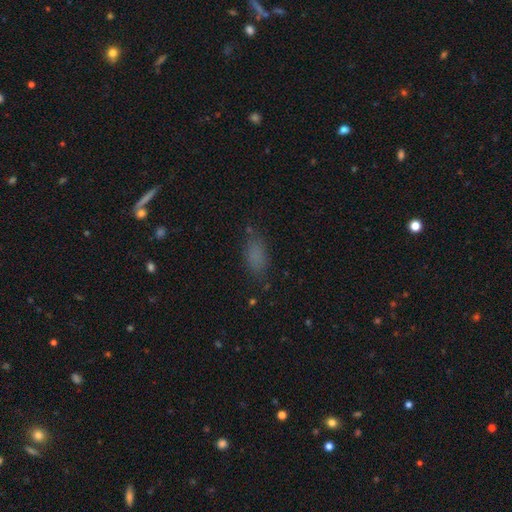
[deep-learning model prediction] A smooth galaxy with no disk features (78%) that is in between round and cigar-shaped (83%).

Vote fractions:
- Smooth or featured? smooth: 78% / star or artifact: 15% / featured or disk: 8%
- How rounded? in between: 83% / cigar-shaped: 12% / round: 5%
- Merging? none: 72% / minor disturbance: 18% / major disturbance: 8% / merger: 2%